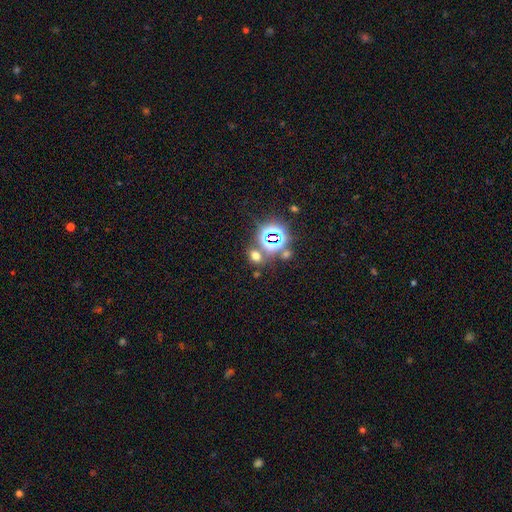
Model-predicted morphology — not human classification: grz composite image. It shows a smooth galaxy with no disk features (50%). Merging: none (70%).